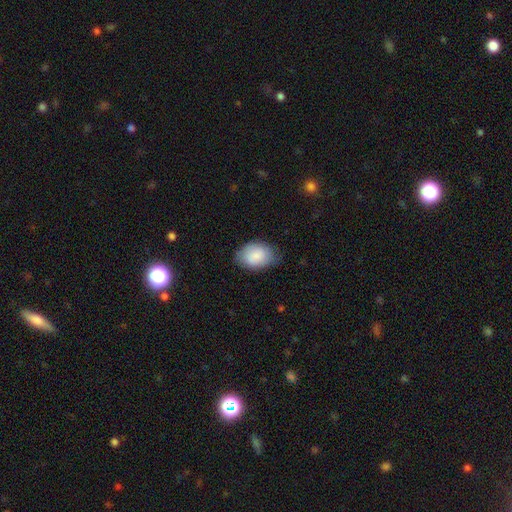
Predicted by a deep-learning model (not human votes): This appears to be a smooth galaxy with no disk features (85%) that is in between round and cigar-shaped (82%). Merging: none (67%).